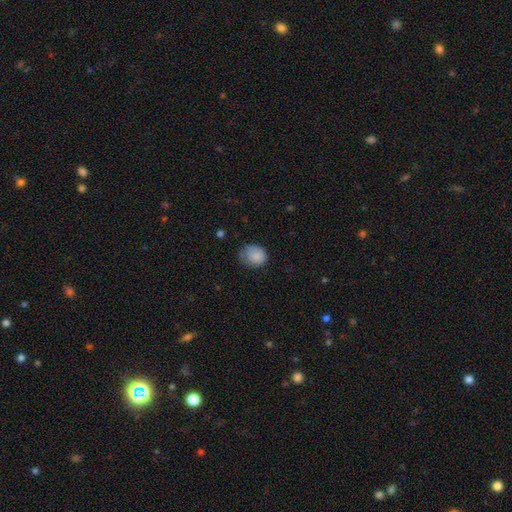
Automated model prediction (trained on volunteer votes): smooth 79%, featured or disk 13%, star or artifact 7%. Down the decision tree: how rounded — round (50%); merging — none (48%).